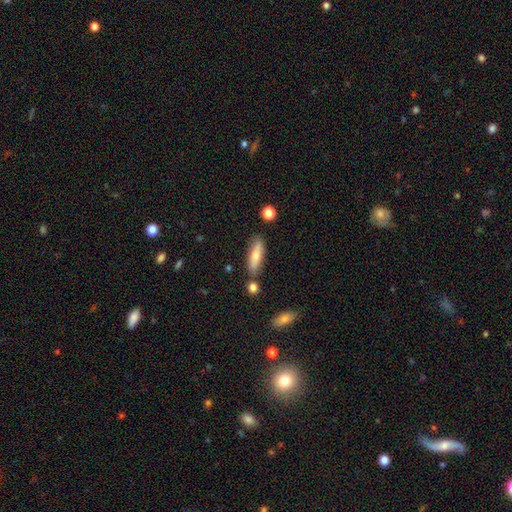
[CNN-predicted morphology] smooth_or_featured: smooth (p=0.69) [alt: featured or disk p=0.24]
how_rounded: cigar-shaped (p=0.57) [alt: in between p=0.41]
merging: none (p=0.75) [alt: minor disturbance p=0.14]